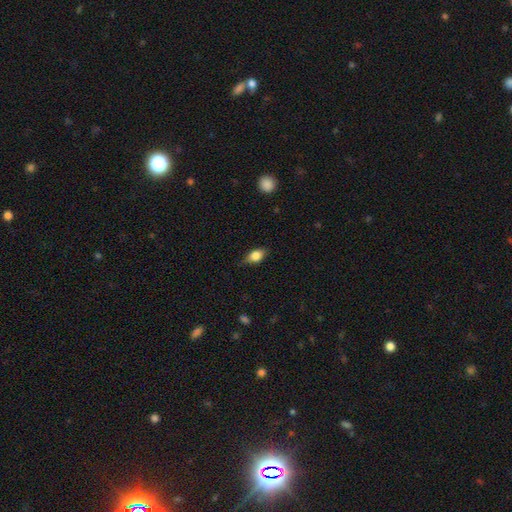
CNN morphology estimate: This is likely a smooth galaxy (78%). How rounded: clearly in between (81%). Merging: likely none (74%).